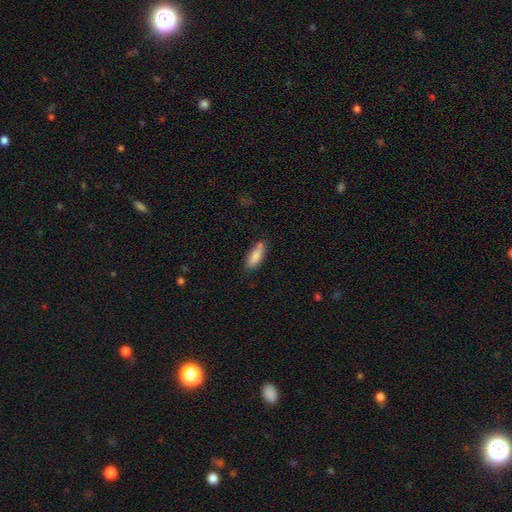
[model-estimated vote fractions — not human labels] smooth-or-featured: smooth: 85% | featured or disk: 9% | star or artifact: 7%
  how-rounded: in between: 67% | cigar-shaped: 31% | round: 2%
  merging: none: 71% | minor disturbance: 19% | merger: 7% | major disturbance: 4%